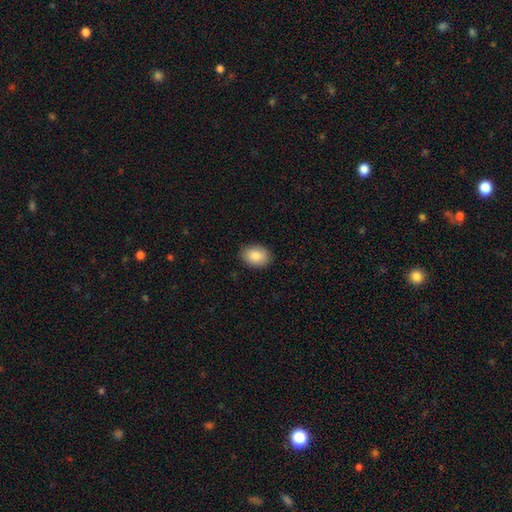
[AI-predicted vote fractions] Morphology: type=smooth (84%); roundness=in between (72%); merging=none (87%).